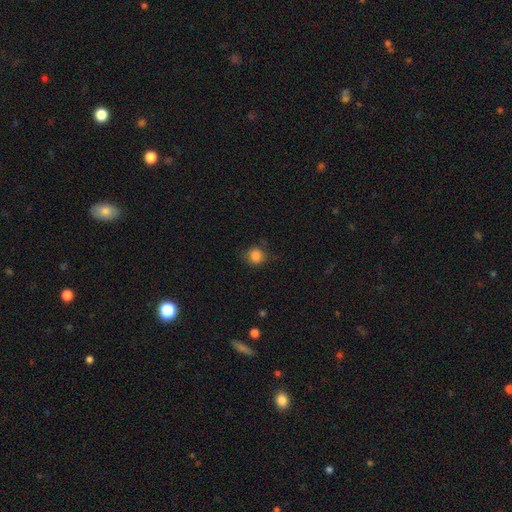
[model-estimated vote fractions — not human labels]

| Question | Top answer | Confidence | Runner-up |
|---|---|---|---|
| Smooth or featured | smooth | 85% | star or artifact (10%) |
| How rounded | round | 85% | in between (14%) |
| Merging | none | 75% | minor disturbance (19%) |